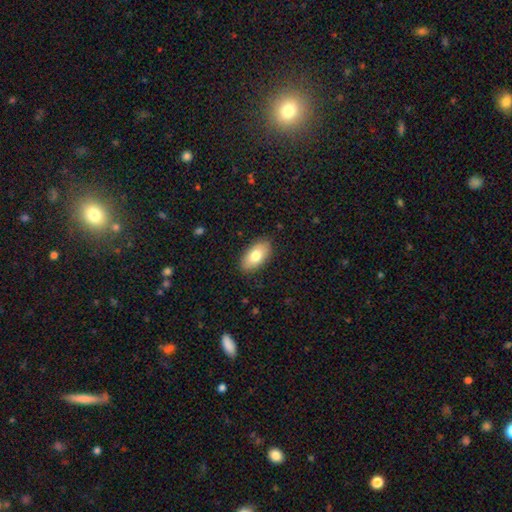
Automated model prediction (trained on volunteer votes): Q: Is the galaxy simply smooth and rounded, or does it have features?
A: smooth — 77%.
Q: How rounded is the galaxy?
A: in between — 94%.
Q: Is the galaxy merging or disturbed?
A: none — 87%.